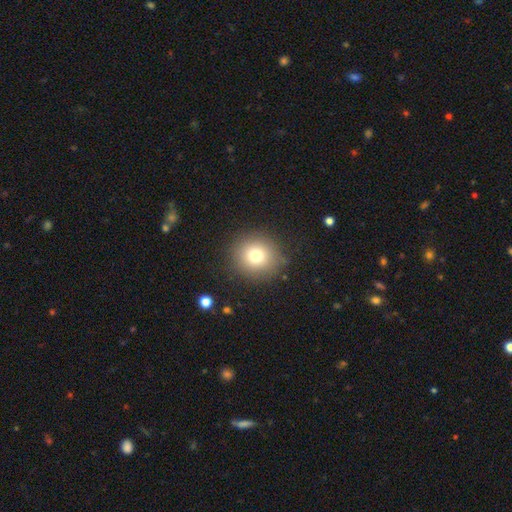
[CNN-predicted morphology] Smooth or featured?
  - smooth: 76% *
  - star or artifact: 14%
  - featured or disk: 10%
How rounded?
  - round: 90% *
  - in between: 9%
  - cigar-shaped: 1%
Merging?
  - none: 85% *
  - minor disturbance: 9%
  - major disturbance: 4%
  - merger: 2%